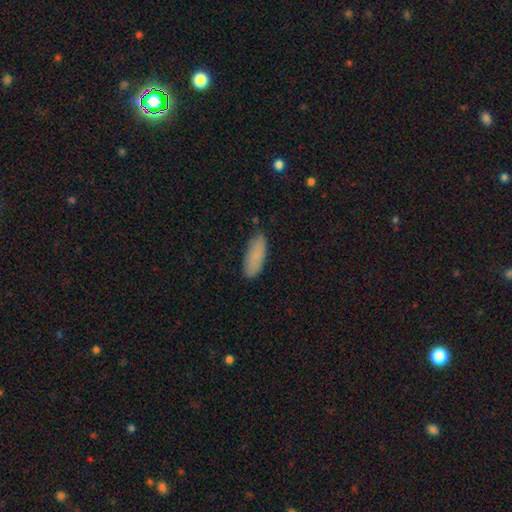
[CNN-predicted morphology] This is clearly a smooth galaxy (85%). How rounded: likely in between (67%). Merging: clearly none (82%).